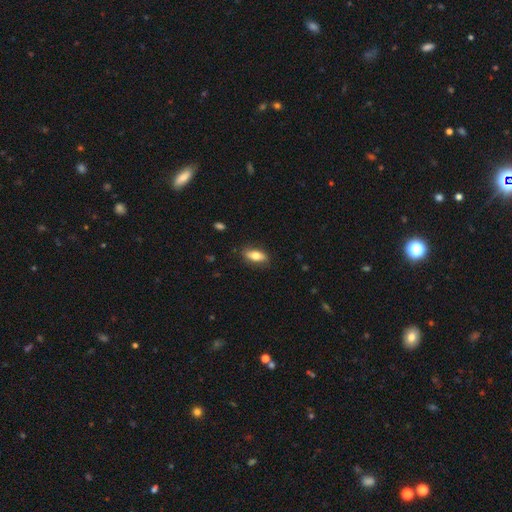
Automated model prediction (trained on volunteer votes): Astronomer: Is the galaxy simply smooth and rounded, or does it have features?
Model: smooth — 71%.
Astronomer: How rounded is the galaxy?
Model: in between — 79%.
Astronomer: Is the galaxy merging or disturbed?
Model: none — 83%.